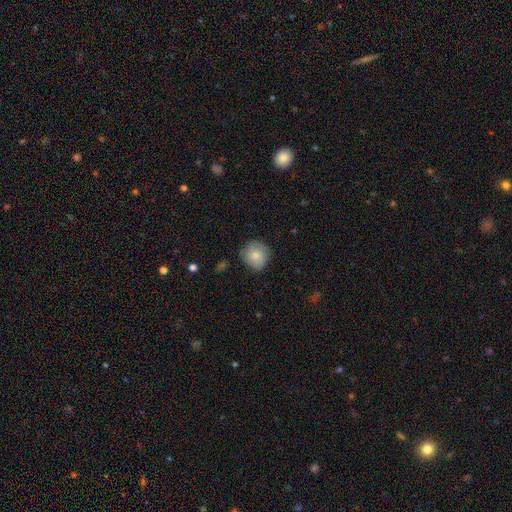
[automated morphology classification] A smooth galaxy with no disk features (76%) that is round (87%). Merging: none (74%).